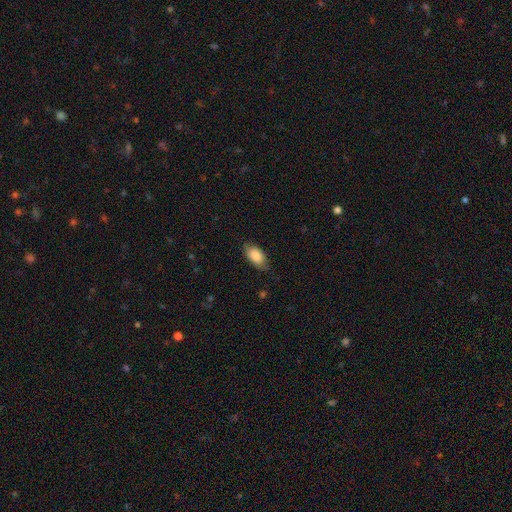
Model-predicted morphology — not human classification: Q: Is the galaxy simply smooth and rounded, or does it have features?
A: smooth — 86%.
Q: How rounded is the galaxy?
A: in between — 93%.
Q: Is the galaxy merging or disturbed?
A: none — 78%.